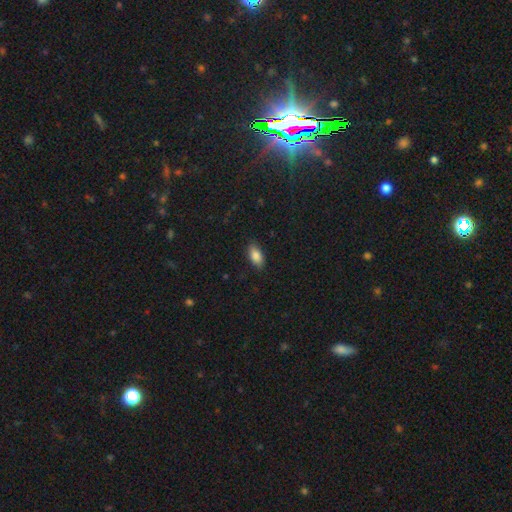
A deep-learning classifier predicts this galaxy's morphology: type=smooth (84%); roundness=in between (89%); merging=none (86%).